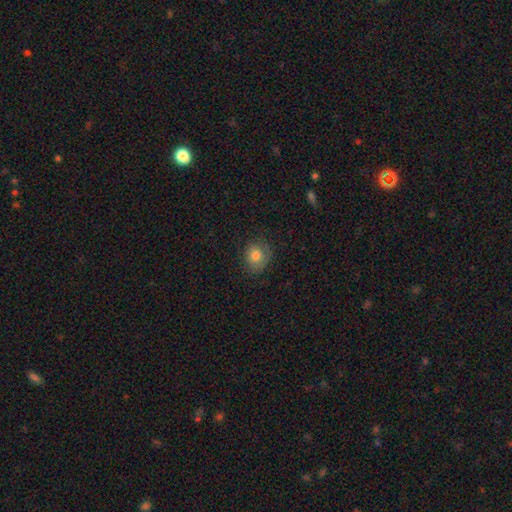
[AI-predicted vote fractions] A smooth galaxy with no disk features (77%) that is round (66%).

Vote fractions:
- Smooth or featured? smooth: 77% / featured or disk: 14% / star or artifact: 9%
- How rounded? round: 66% / in between: 33% / cigar-shaped: 1%
- Merging? none: 72% / minor disturbance: 20% / major disturbance: 7% / merger: 1%